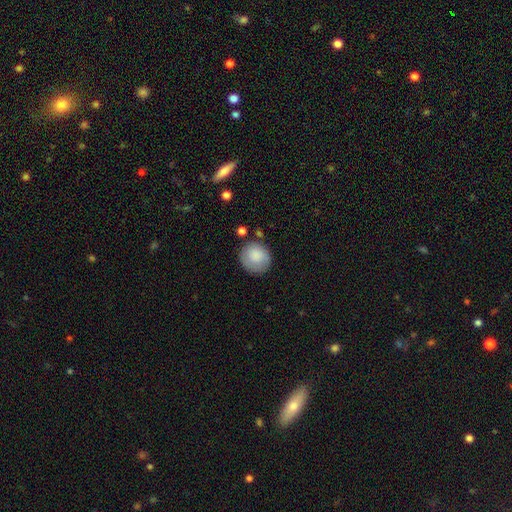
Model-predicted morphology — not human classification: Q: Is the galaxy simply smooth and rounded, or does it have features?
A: smooth — 82%.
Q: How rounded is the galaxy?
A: round — 88%.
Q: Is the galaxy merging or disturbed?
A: none — 75%.